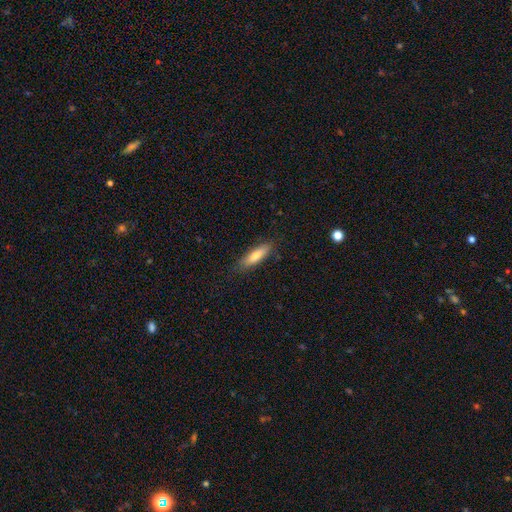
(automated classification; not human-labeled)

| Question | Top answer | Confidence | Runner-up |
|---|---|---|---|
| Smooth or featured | smooth | 75% | featured or disk (19%) |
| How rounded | cigar-shaped | 61% | in between (37%) |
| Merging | none | 83% | minor disturbance (13%) |